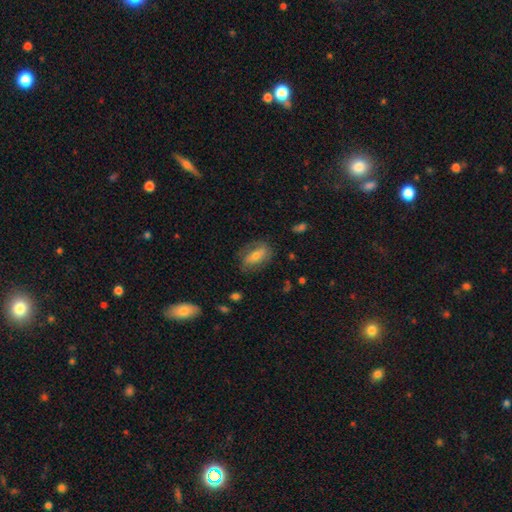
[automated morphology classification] smooth 52%, featured or disk 39%, star or artifact 9%. Down the decision tree: how rounded — in between (80%); merging — none (71%).